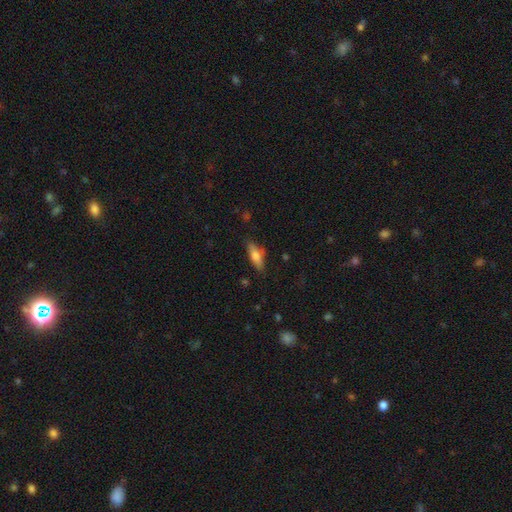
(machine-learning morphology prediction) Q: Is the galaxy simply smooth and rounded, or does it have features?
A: smooth — 63%.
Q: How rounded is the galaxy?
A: cigar-shaped — 50%.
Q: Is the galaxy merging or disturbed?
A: none — 77%.